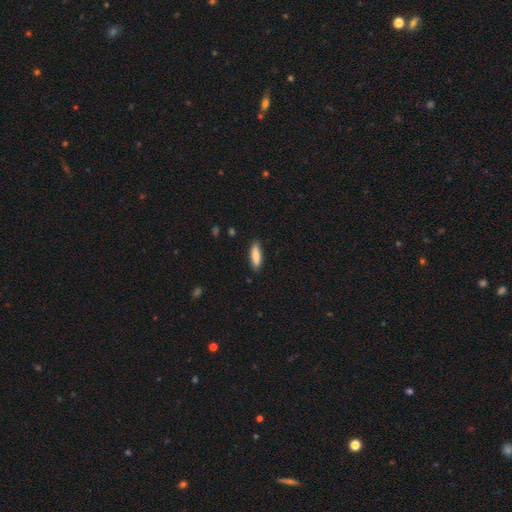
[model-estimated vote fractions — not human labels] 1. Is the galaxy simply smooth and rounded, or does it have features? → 81% smooth, 13% featured or disk, 6% star or artifact.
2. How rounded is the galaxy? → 54% in between, 44% cigar-shaped, 2% round.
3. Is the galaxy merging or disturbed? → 86% none, 11% minor disturbance, 2% major disturbance, 1% merger.